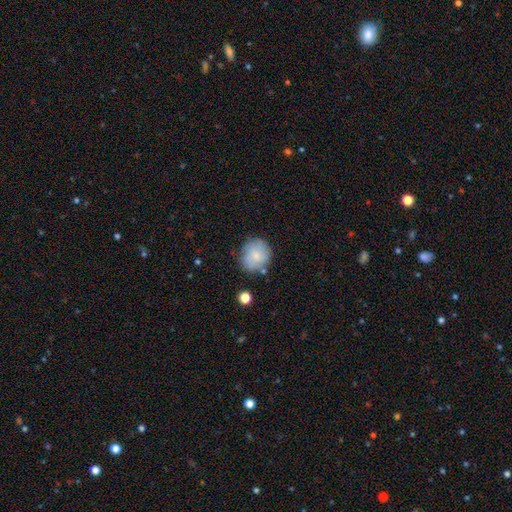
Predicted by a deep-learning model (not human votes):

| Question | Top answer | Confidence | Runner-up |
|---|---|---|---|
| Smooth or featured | smooth | 75% | featured or disk (18%) |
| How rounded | round | 79% | in between (20%) |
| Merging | none | 74% | minor disturbance (17%) |